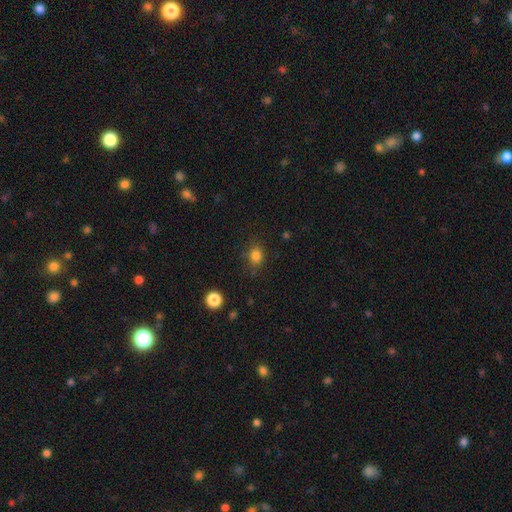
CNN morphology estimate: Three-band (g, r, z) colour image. It shows a smooth galaxy with no disk features (82%) that is round (60%). Merging: none (81%).